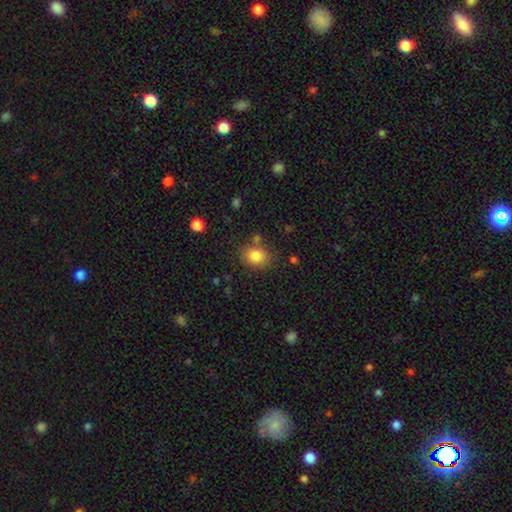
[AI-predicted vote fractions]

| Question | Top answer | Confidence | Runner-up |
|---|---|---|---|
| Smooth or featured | smooth | 83% | star or artifact (10%) |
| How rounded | round | 50% | in between (49%) |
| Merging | none | 77% | minor disturbance (13%) |